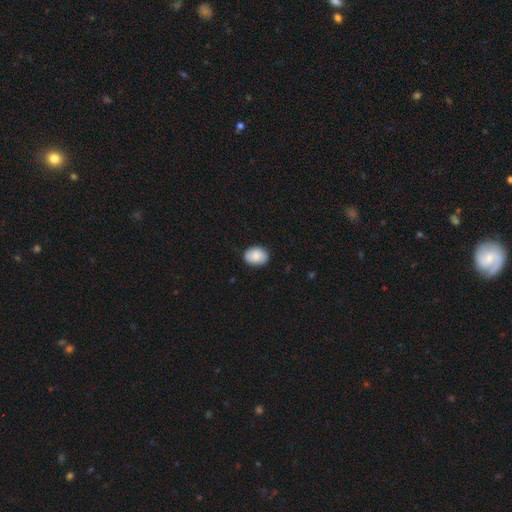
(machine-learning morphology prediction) A smooth galaxy with no disk features (76%) that is in between round and cigar-shaped (60%).

Vote fractions:
- Smooth or featured? smooth: 76% / featured or disk: 16% / star or artifact: 7%
- How rounded? in between: 60% / round: 39% / cigar-shaped: 1%
- Merging? none: 84% / minor disturbance: 12% / major disturbance: 2% / merger: 1%